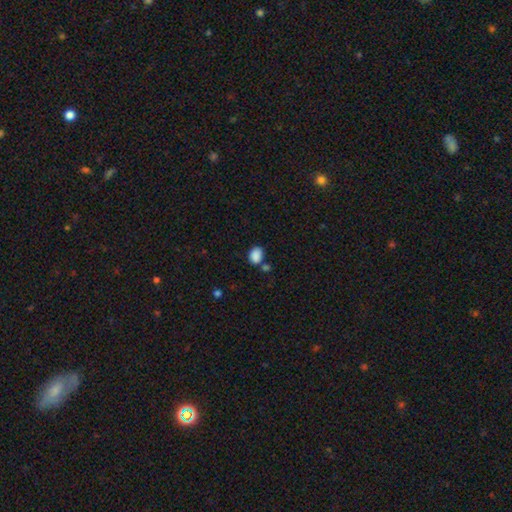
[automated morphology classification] Smooth or featured? Predicted: smooth (p=0.87). How rounded? Predicted: in between (p=0.64). Merging? Predicted: none (p=0.64).